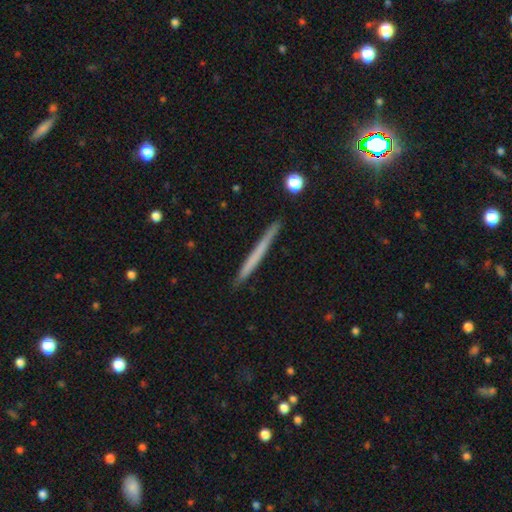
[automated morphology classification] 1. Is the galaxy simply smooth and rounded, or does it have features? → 52% smooth, 41% featured or disk, 7% star or artifact.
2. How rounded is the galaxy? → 97% cigar-shaped, 2% in between, 1% round.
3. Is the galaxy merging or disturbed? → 91% none, 7% minor disturbance, 1% major disturbance, 1% merger.